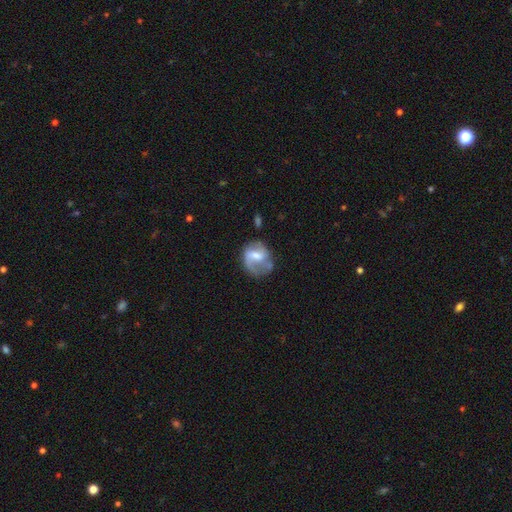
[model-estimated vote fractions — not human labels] smooth_or_featured: featured or disk (p=0.59) [alt: smooth p=0.34]
disk_edge_on: no (p=0.97) [alt: yes p=0.03]
bar: weak (p=0.48) [alt: no p=0.30]
has_spiral_arms: yes (p=0.67) [alt: no p=0.33]
bulge_size: moderate (p=0.51) [alt: small p=0.31]
merging: none (p=0.48) [alt: minor disturbance p=0.26]